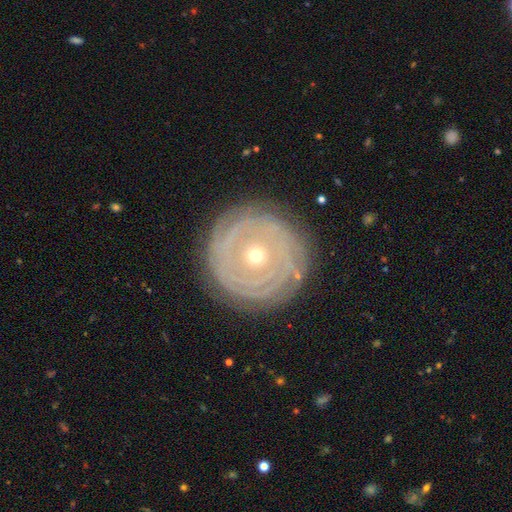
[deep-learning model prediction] A featured or disk galaxy (81%) with no bar (80%), tight (90%) spiral arms (89%) and a small central bulge (58%).

Vote fractions:
- Smooth or featured? featured or disk: 81% / smooth: 11% / star or artifact: 8%
- Edge-on disk? no: 96% / yes: 4%
- Bar? no: 80% / weak: 13% / strong: 6%
- Spiral arms? yes: 89% / no: 11%
- Spiral winding? tight: 90% / medium: 8% / loose: 2%
- Spiral arm count? can't tell: 37% / 2: 16% / 3: 15% / 4: 13% / more than 4: 11% / 1: 8%
- Bulge size? small: 58% / moderate: 40% / large: 1% / dominant: 1% / none: 1%
- Merging? none: 86% / minor disturbance: 10% / major disturbance: 3% / merger: 1%